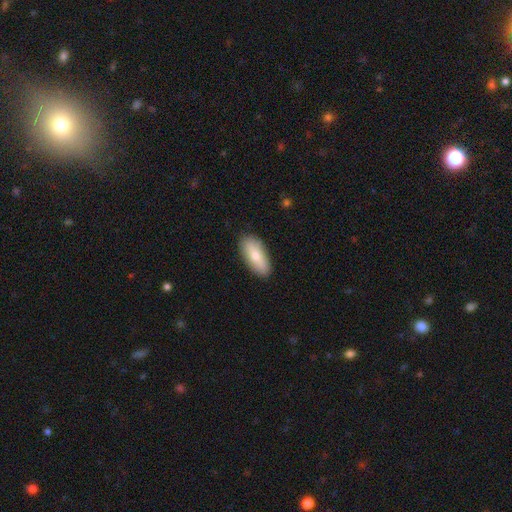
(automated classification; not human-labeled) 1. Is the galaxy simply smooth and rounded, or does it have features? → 74% smooth, 20% featured or disk, 6% star or artifact.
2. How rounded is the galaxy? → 84% in between, 14% cigar-shaped, 3% round.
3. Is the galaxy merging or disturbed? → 87% none, 10% minor disturbance, 2% major disturbance, 1% merger.